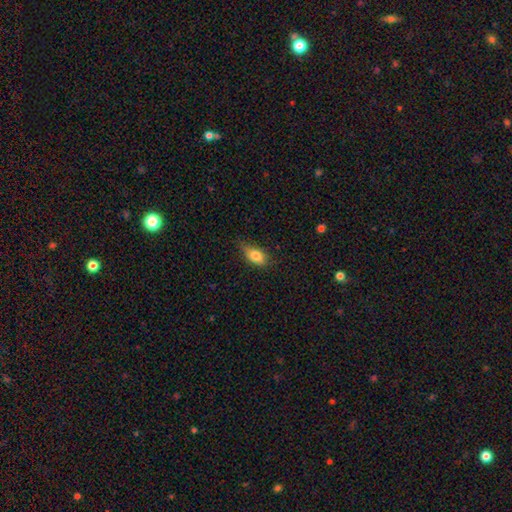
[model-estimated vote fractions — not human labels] Q: Smooth or featured?
A: smooth (77%); runner-up: featured or disk (14%)
Q: How rounded?
A: in between (83%); runner-up: round (9%)
Q: Merging?
A: none (61%); runner-up: minor disturbance (30%)